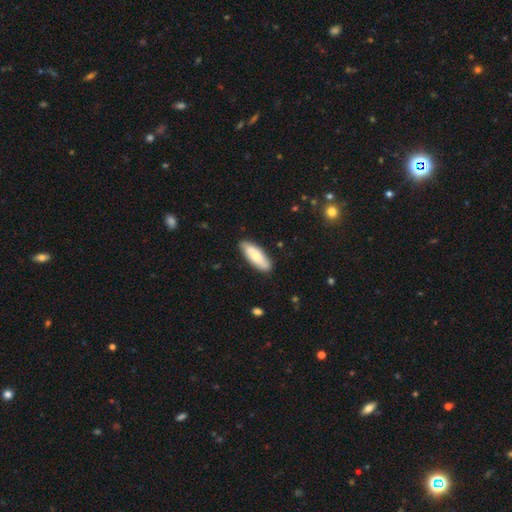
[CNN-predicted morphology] Smooth or featured?
  - smooth: 64% *
  - featured or disk: 30%
  - star or artifact: 5%
How rounded?
  - in between: 68% *
  - cigar-shaped: 30%
  - round: 2%
Merging?
  - none: 85% *
  - minor disturbance: 11%
  - major disturbance: 2%
  - merger: 1%